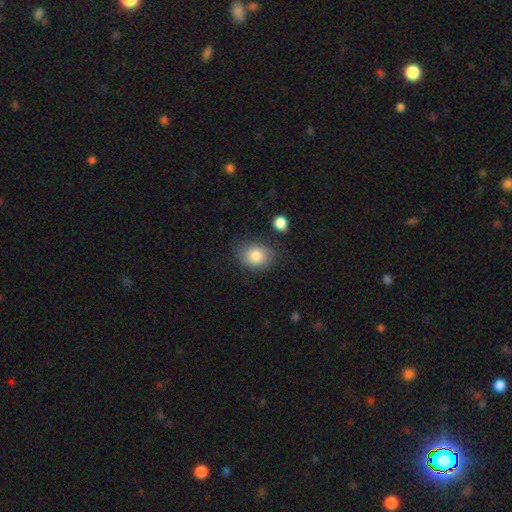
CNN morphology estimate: Smooth or featured: smooth — 82% (featured or disk — 10%)
How rounded: in between — 55% (round — 44%)
Merging: none — 77% (minor disturbance — 15%)